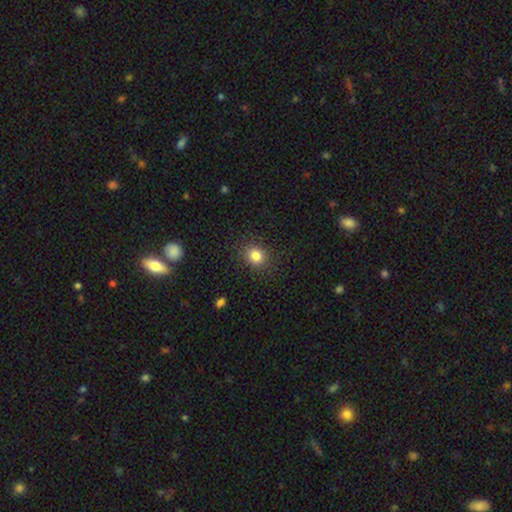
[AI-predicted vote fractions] A smooth galaxy with no disk features (83%) that is round (72%).

Vote fractions:
- Smooth or featured? smooth: 83% / star or artifact: 12% / featured or disk: 5%
- How rounded? round: 72% / in between: 27% / cigar-shaped: 1%
- Merging? none: 87% / minor disturbance: 9% / major disturbance: 3% / merger: 1%